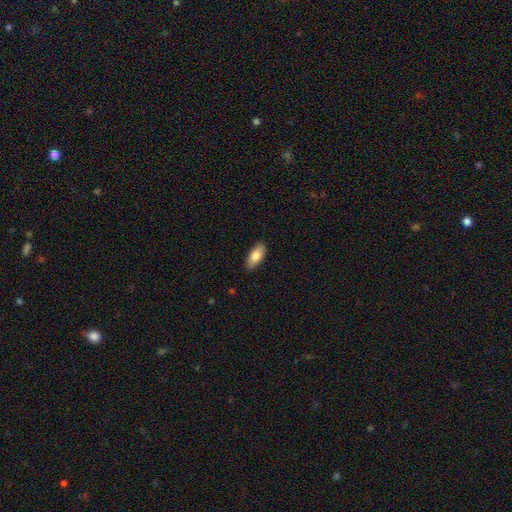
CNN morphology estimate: smooth_or_featured: smooth (p=0.82) [alt: featured or disk p=0.12]
how_rounded: in between (p=0.84) [alt: cigar-shaped p=0.14]
merging: none (p=0.87) [alt: minor disturbance p=0.10]